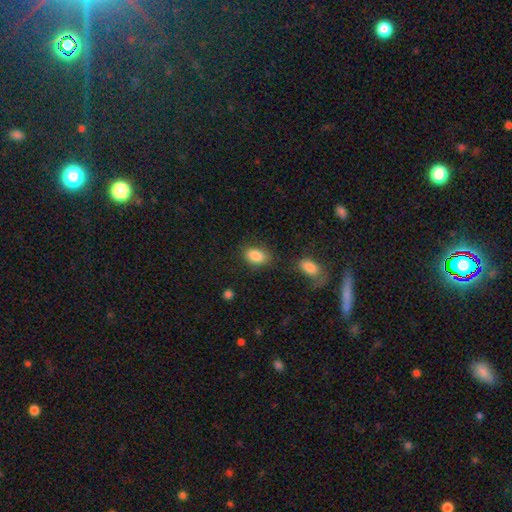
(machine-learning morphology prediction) smooth-or-featured: smooth: 87% | star or artifact: 8% | featured or disk: 5%
  how-rounded: in between: 87% | round: 12% | cigar-shaped: 2%
  merging: none: 76% | minor disturbance: 14% | merger: 5% | major disturbance: 5%